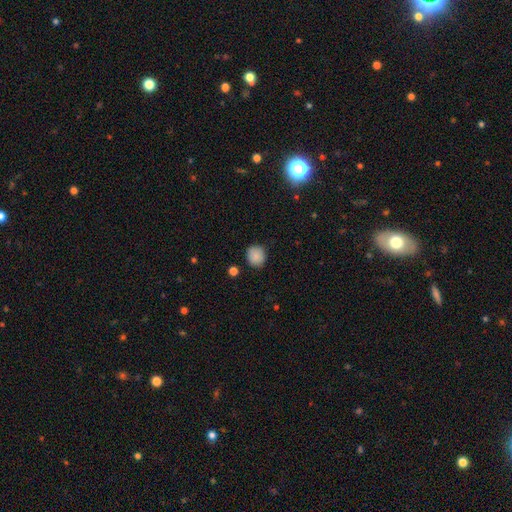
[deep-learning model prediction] The model was most divided on "how rounded": round: 82%, in between: 17%, cigar-shaped: 1%. More confident: smooth or featured — smooth (85%); merging — none (84%).